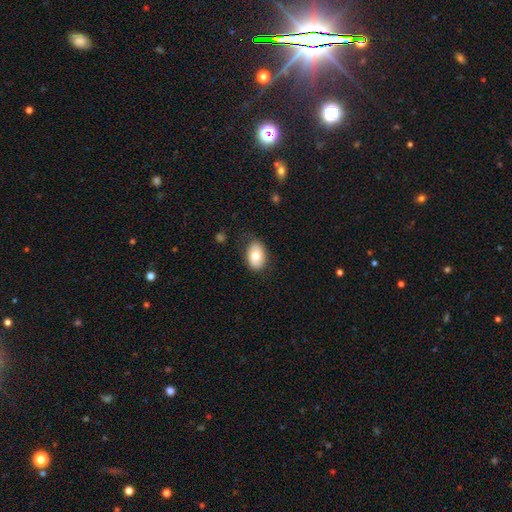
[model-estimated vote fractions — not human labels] Smooth or featured? Predicted: smooth (p=0.74). How rounded? Predicted: in between (p=0.86). Merging? Predicted: none (p=0.76).